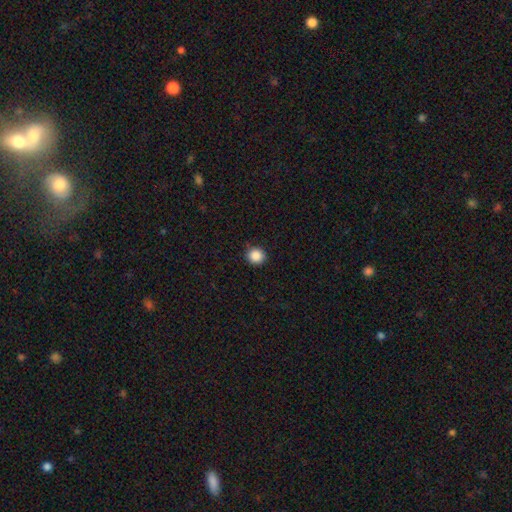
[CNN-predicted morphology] A smooth galaxy with no disk features (88%) that is round (93%). Merging: none (88%).